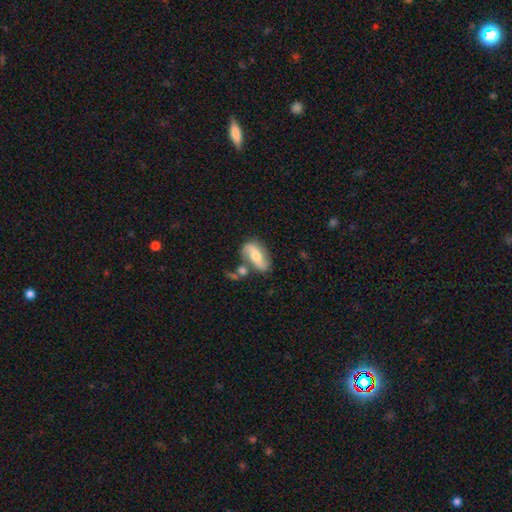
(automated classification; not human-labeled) A featured or disk galaxy (59%) with no bar (45%), spiral arms (79%) and a moderate central bulge (65%).

Vote fractions:
- Smooth or featured? featured or disk: 59% / smooth: 35% / star or artifact: 7%
- Edge-on disk? no: 88% / yes: 12%
- Bar? no: 45% / weak: 29% / strong: 26%
- Spiral arms? yes: 79% / no: 21%
- Bulge size? moderate: 65% / small: 26% / large: 6% / none: 2% / dominant: 1%
- Merging? none: 59% / minor disturbance: 18% / merger: 16% / major disturbance: 7%